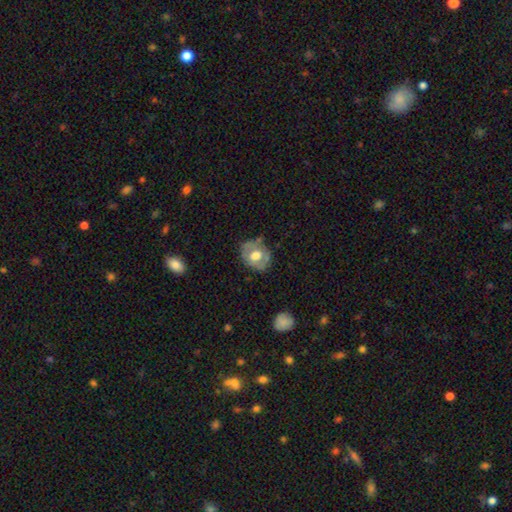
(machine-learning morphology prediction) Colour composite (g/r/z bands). It shows a featured or disk galaxy (48%). Merging: none (70%).